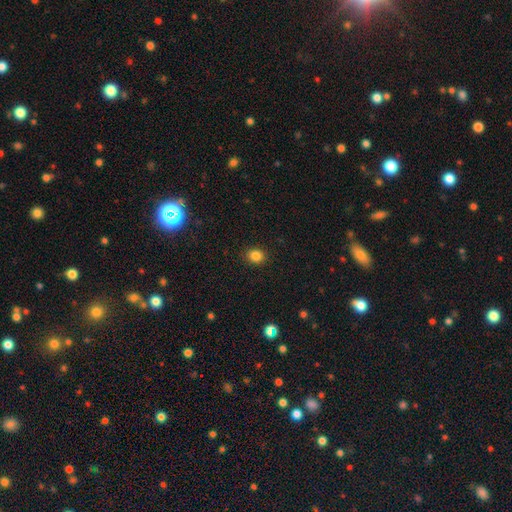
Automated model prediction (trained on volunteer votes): The model was most divided on "how rounded": round: 67%, in between: 32%, cigar-shaped: 1%. More confident: merging — none (90%); smooth or featured — smooth (84%).